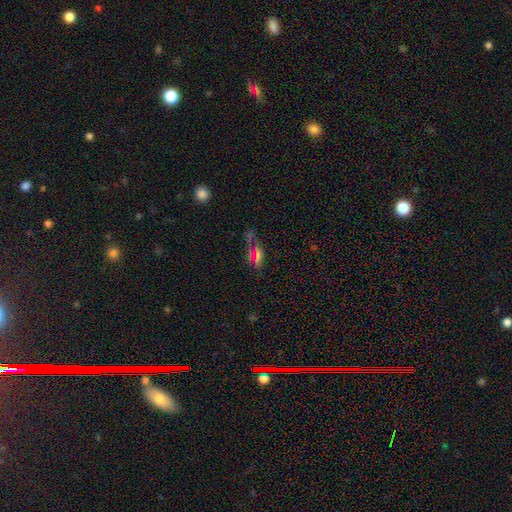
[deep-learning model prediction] Q: Smooth or featured?
A: smooth (44%); runner-up: star or artifact (38%)
Q: Merging?
A: none (56%); runner-up: minor disturbance (21%)